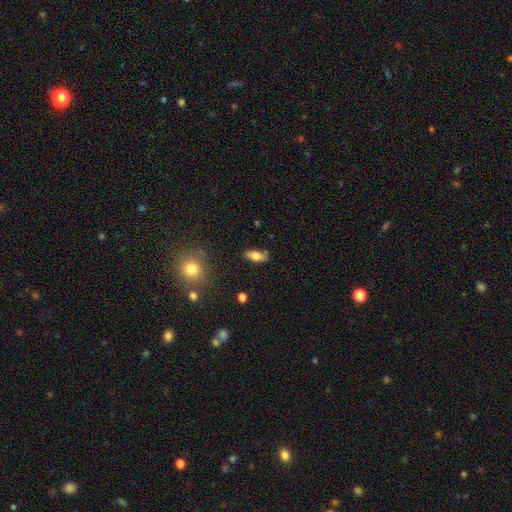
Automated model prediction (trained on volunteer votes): This is likely a smooth galaxy (76%). How rounded: clearly in between (82%). Merging: clearly none (80%).